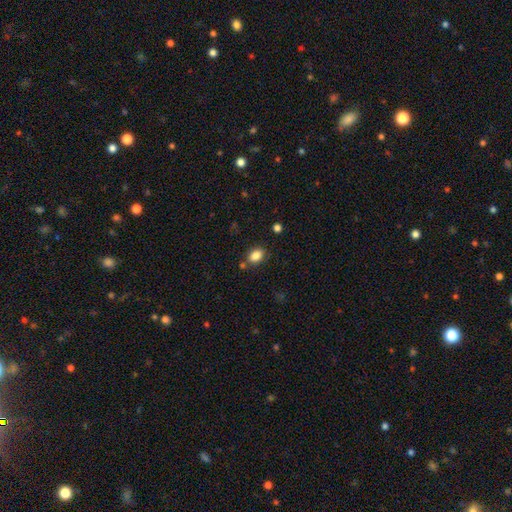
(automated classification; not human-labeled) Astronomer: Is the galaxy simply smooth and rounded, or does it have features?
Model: smooth — 85%.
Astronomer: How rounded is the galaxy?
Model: in between — 78%.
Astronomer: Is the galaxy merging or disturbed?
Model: none — 77%.